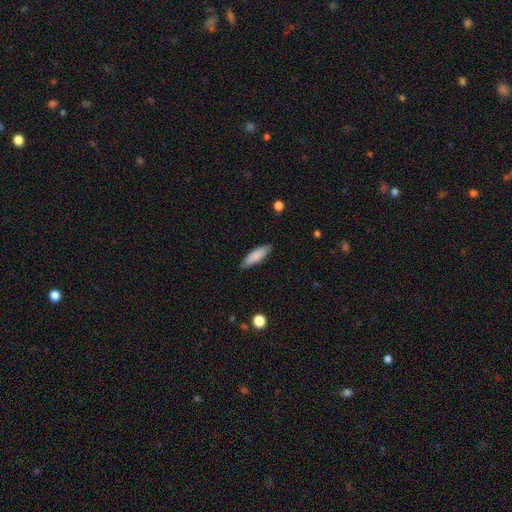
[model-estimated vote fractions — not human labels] Smooth or featured? Predicted: smooth (p=0.84). How rounded? Predicted: cigar-shaped (p=0.57). Merging? Predicted: none (p=0.85).